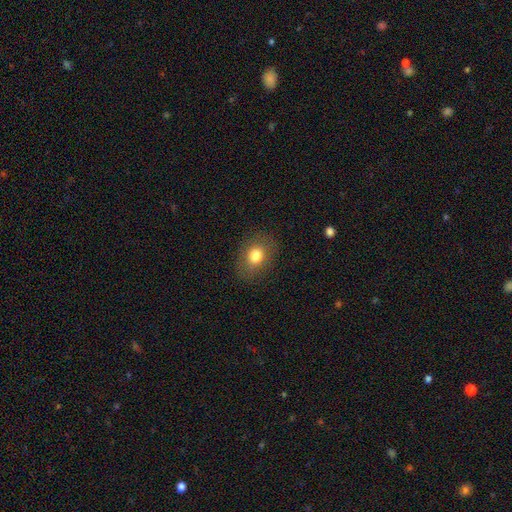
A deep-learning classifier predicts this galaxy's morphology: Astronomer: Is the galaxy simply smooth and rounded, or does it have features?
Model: smooth — 78%.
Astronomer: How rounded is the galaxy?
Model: in between — 57% (runner-up: round, 42%).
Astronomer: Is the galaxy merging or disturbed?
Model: none — 83%.